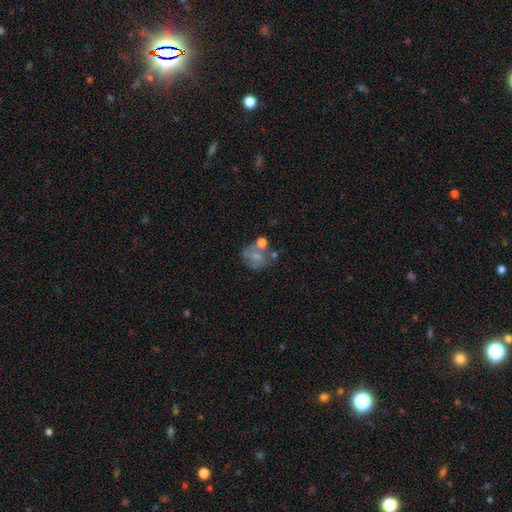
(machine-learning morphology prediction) A smooth galaxy with no disk features (55%) that is round (63%). Merging: none (38%).